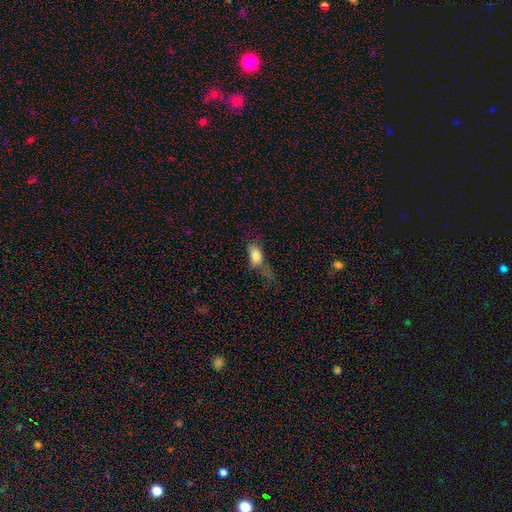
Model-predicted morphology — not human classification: Smooth or featured: smooth — 78% (featured or disk — 12%)
How rounded: in between — 85% (cigar-shaped — 8%)
Merging: major disturbance — 38% (none — 32%)